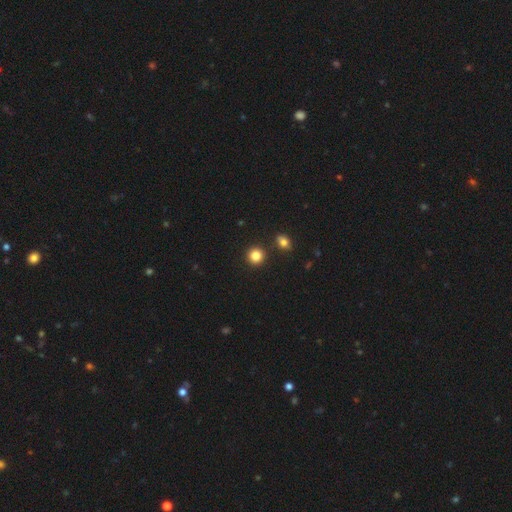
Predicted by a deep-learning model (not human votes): A smooth galaxy with no disk features (85%) that is round (92%).

Vote fractions:
- Smooth or featured? smooth: 85% / star or artifact: 10% / featured or disk: 5%
- How rounded? round: 92% / in between: 7% / cigar-shaped: 1%
- Merging? none: 89% / minor disturbance: 5% / merger: 4% / major disturbance: 2%